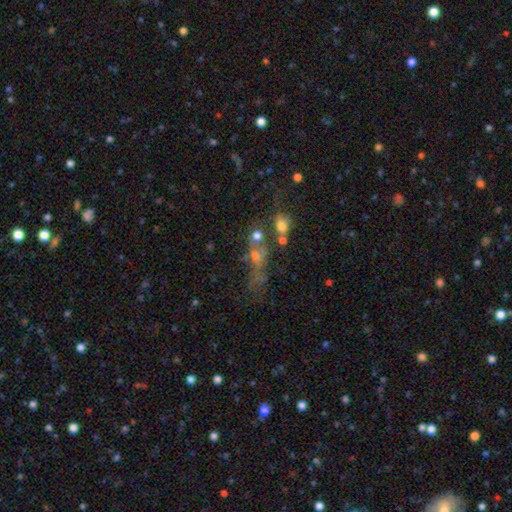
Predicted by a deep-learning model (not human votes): Smooth or featured? smooth (44%)
Merging? merger (36%)